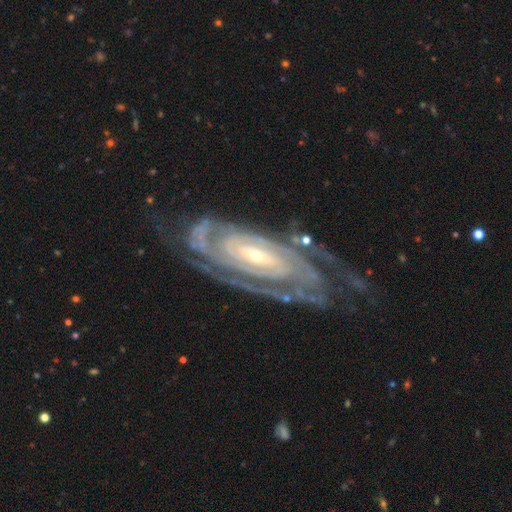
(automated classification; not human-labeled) A featured or disk galaxy (90%) with no bar (43%), tight (80%) spiral arms (97%) and a small central bulge (69%). Merging: none (69%).